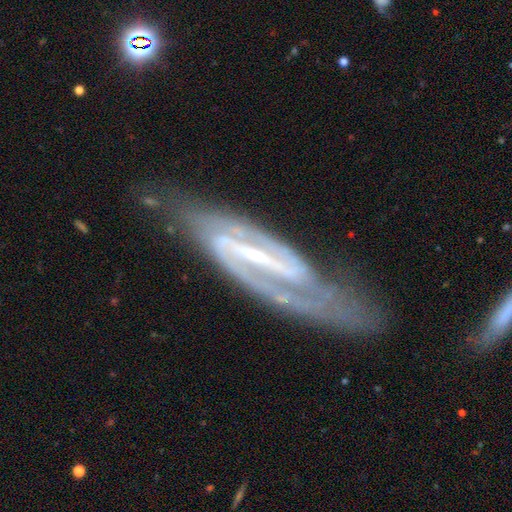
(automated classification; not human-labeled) Smooth or featured? Predicted: featured or disk (p=0.92). Edge-on disk? Predicted: no (p=0.90). Bar? Predicted: strong (p=0.76). Spiral arms? Predicted: yes (p=0.98). Spiral winding? Predicted: medium (p=0.49). Spiral arm count? Predicted: 2 (p=0.92). Bulge size? Predicted: small (p=0.75). Merging? Predicted: none (p=0.71).